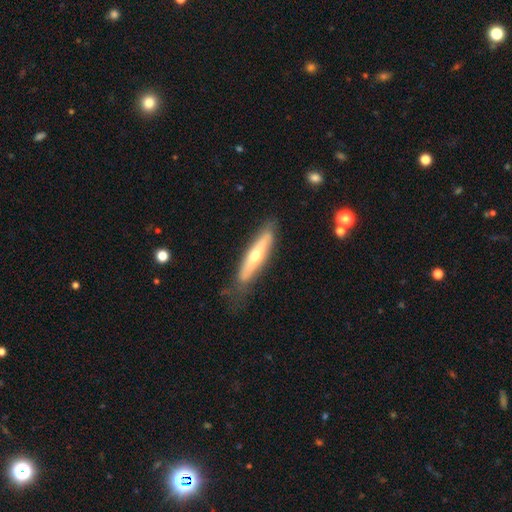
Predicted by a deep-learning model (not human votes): This appears to be a featured or disk galaxy (55%) viewed edge-on (78%). Merging: none (70%).